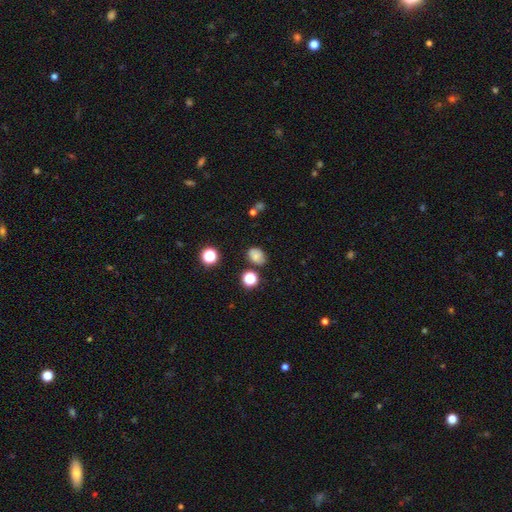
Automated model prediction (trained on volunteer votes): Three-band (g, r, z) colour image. It shows a smooth galaxy with no disk features (72%) that is in between round and cigar-shaped (64%). Merging: none (73%).